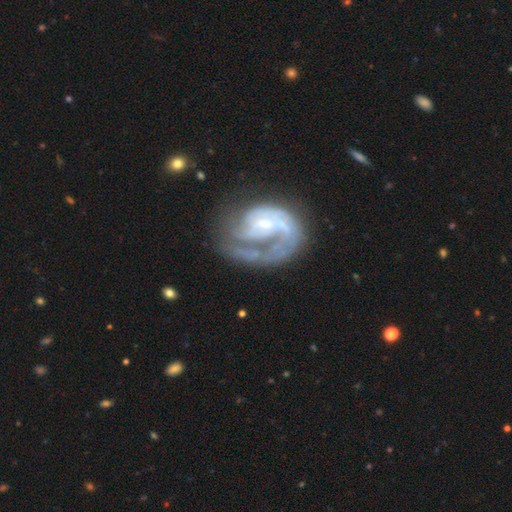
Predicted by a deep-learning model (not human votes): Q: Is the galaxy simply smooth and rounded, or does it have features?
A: featured or disk — 86%.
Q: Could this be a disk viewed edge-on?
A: no — 98%.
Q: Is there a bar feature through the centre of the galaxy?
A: no — 50%.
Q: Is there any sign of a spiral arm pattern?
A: yes — 93%.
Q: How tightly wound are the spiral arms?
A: tight — 42%.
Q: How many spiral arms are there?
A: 1 — 46%.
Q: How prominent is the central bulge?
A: small — 69%.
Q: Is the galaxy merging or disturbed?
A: none — 46%.